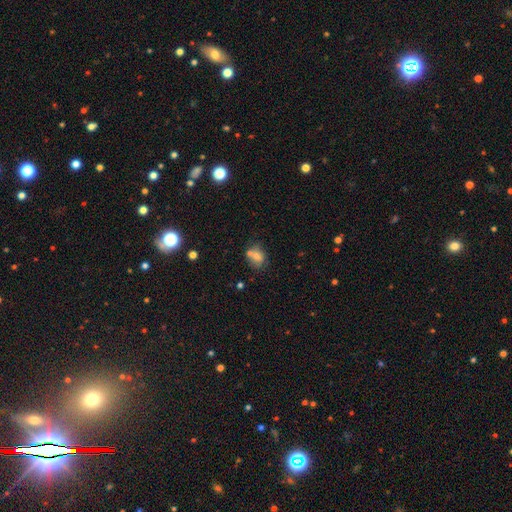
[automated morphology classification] type=smooth (71%); roundness=in between (53%); merging=none (50%).